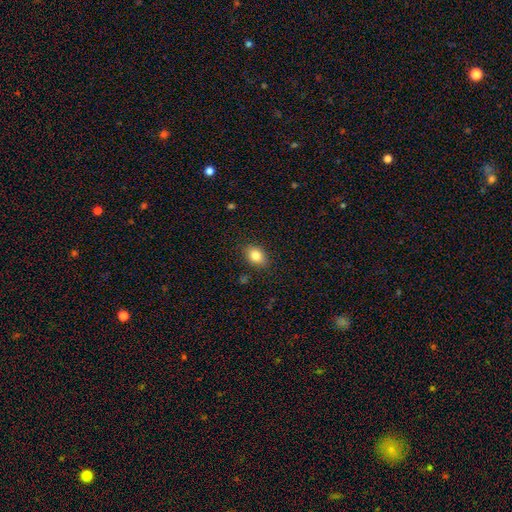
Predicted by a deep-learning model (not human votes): A smooth galaxy with no disk features (83%) that is in between round and cigar-shaped (68%).

Vote fractions:
- Smooth or featured? smooth: 83% / star or artifact: 9% / featured or disk: 8%
- How rounded? in between: 68% / round: 30% / cigar-shaped: 1%
- Merging? none: 86% / minor disturbance: 10% / major disturbance: 3% / merger: 1%